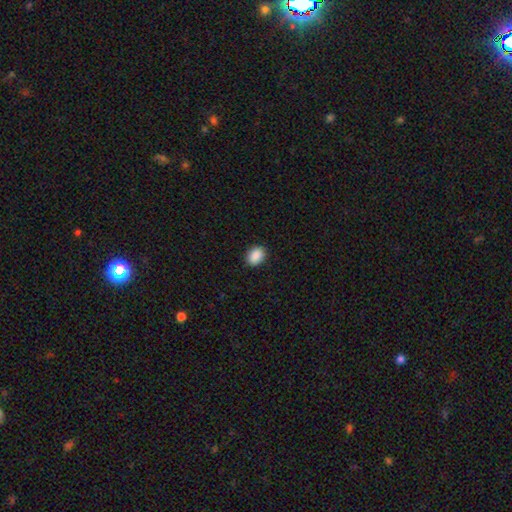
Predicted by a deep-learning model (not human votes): The model was most divided on "how rounded": in between: 69%, round: 30%, cigar-shaped: 1%. More confident: smooth or featured — smooth (90%); merging — none (90%).